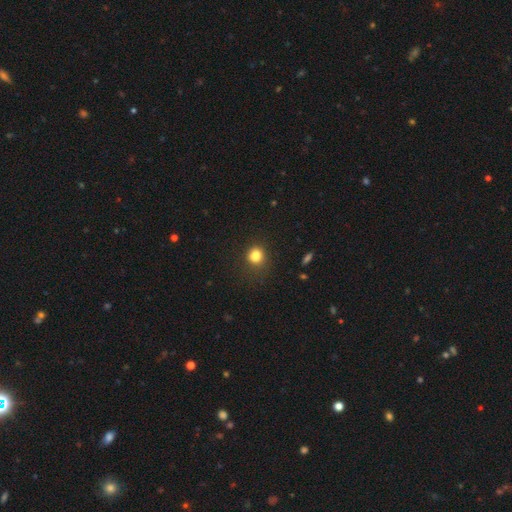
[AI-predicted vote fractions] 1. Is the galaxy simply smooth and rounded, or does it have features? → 82% smooth, 13% star or artifact, 6% featured or disk.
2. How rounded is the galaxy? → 73% round, 26% in between, 1% cigar-shaped.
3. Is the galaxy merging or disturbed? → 71% none, 18% minor disturbance, 8% major disturbance, 2% merger.